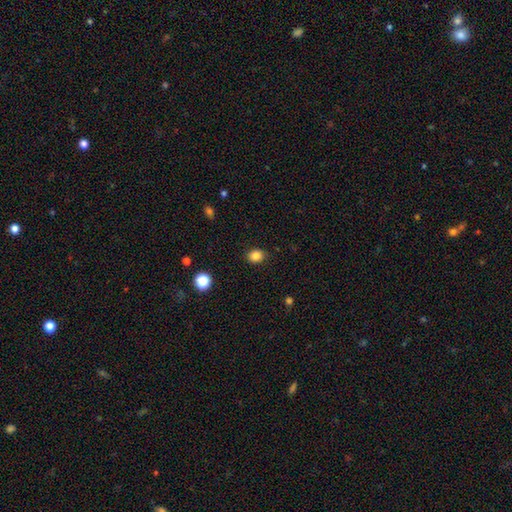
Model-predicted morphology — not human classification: Smooth or featured? smooth (84%)
How rounded? round (56%)
Merging? none (88%)